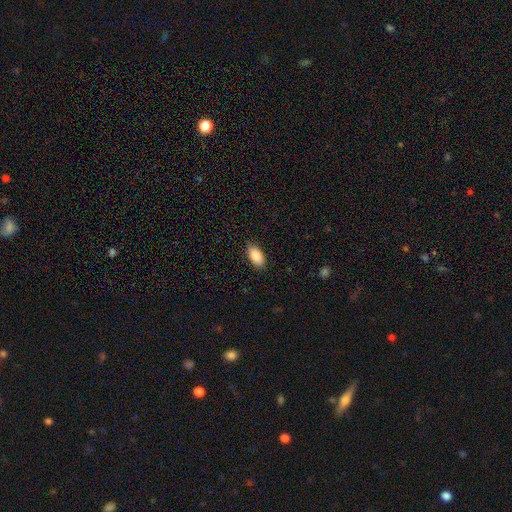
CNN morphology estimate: Q: Smooth or featured?
A: smooth (87%); runner-up: star or artifact (7%)
Q: How rounded?
A: in between (94%); runner-up: cigar-shaped (3%)
Q: Merging?
A: none (89%); runner-up: minor disturbance (8%)